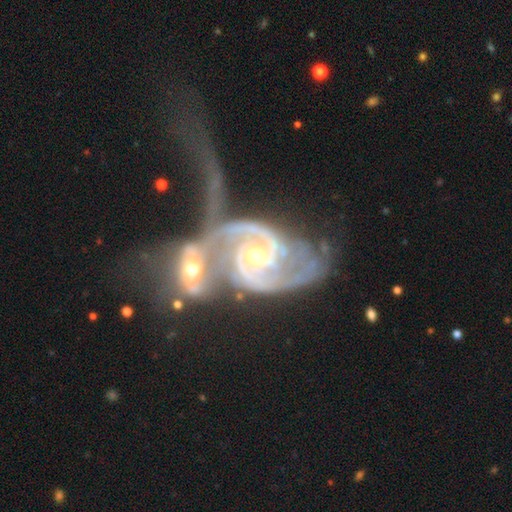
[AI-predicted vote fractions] This is clearly a featured or disk galaxy (92%). It is clearly not viewed edge-on (98%). Bar: possibly no (53%). Spiral arm pattern: clearly yes (98%). Spiral arm count: likely 2 (76%). Spiral winding: possibly medium (45%). Central bulge: possibly moderate (52%). Merging: likely merger (73%).